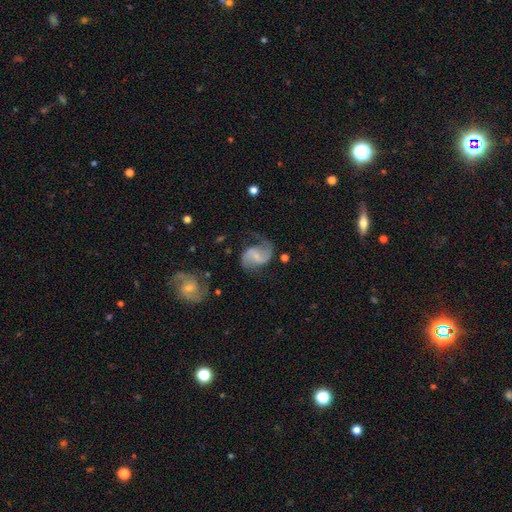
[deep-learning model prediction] Smooth or featured?
  - featured or disk: 84% *
  - smooth: 10%
  - star or artifact: 6%
Edge-on disk?
  - no: 98% *
  - yes: 2%
Bar?
  - weak: 52% *
  - no: 27%
  - strong: 21%
Spiral arms?
  - yes: 96% *
  - no: 4%
Spiral winding?
  - loose: 47% *
  - medium: 43%
  - tight: 9%
Spiral arm count?
  - 2: 91% *
  - 1: 3%
  - can't tell: 3%
  - 3: 1%
  - 4: 1%
  - more than 4: 1%
Bulge size?
  - small: 54% *
  - none: 24%
  - moderate: 20%
  - large: 2%
  - dominant: 1%
Merging?
  - none: 64% *
  - minor disturbance: 19%
  - major disturbance: 14%
  - merger: 3%